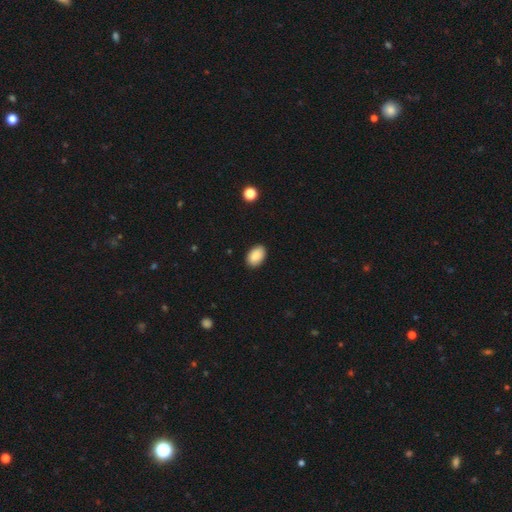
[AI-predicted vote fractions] smooth-or-featured: smooth: 89% | star or artifact: 7% | featured or disk: 4%
  how-rounded: in between: 89% | round: 10% | cigar-shaped: 1%
  merging: none: 88% | minor disturbance: 9% | major disturbance: 2% | merger: 1%